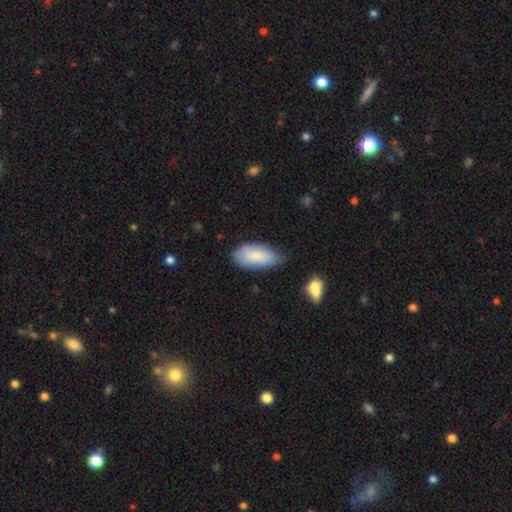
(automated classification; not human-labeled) This is clearly a smooth galaxy (82%). How rounded: clearly in between (90%). Merging: likely none (66%).